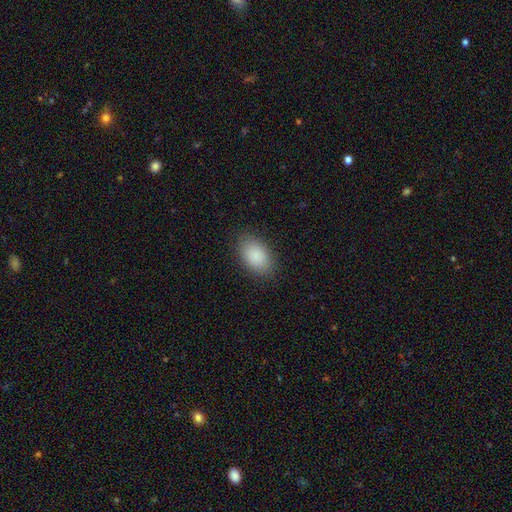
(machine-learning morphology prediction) The model was most divided on "merging": none: 86%, minor disturbance: 10%, major disturbance: 3%, merger: 1%. More confident: how rounded — in between (92%); smooth or featured — smooth (89%).